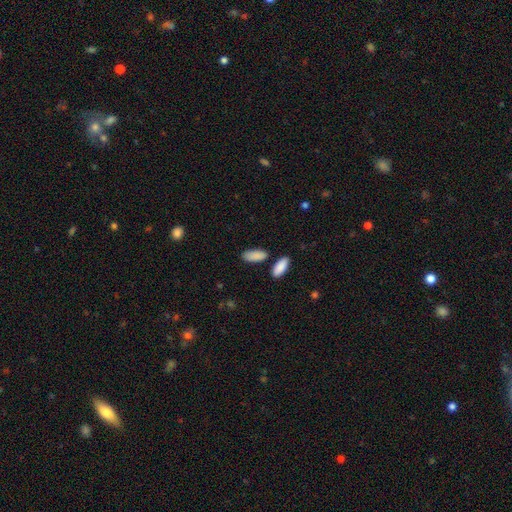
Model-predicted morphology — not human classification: Q: Smooth or featured?
A: smooth (89%); runner-up: star or artifact (6%)
Q: How rounded?
A: in between (81%); runner-up: cigar-shaped (17%)
Q: Merging?
A: none (79%); runner-up: minor disturbance (11%)